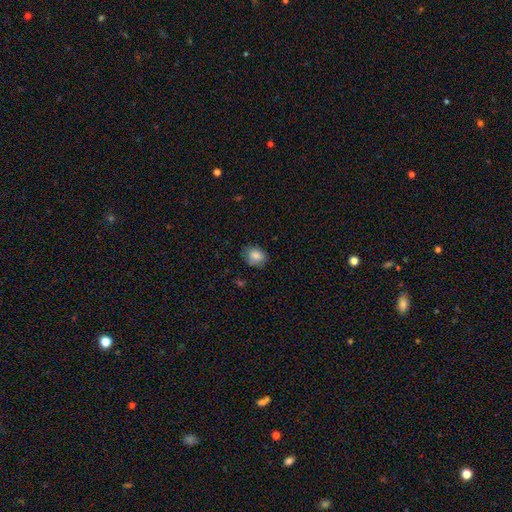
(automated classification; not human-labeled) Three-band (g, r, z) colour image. It shows a smooth galaxy with no disk features (85%) that is in between round and cigar-shaped (62%). Merging: none (75%).